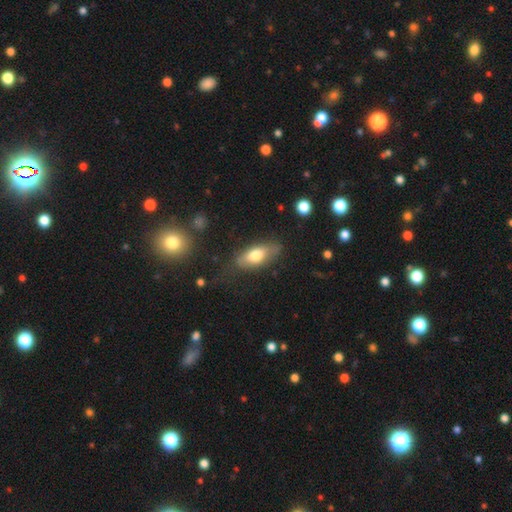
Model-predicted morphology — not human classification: type=smooth (69%); roundness=in between (78%); merging=none (73%).